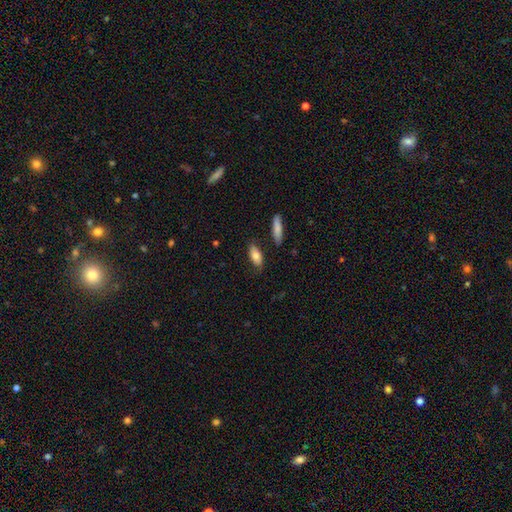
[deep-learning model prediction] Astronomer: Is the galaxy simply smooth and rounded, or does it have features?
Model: smooth — 76%.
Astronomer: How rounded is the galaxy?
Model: in between — 83%.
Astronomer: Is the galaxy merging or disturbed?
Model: none — 77%.